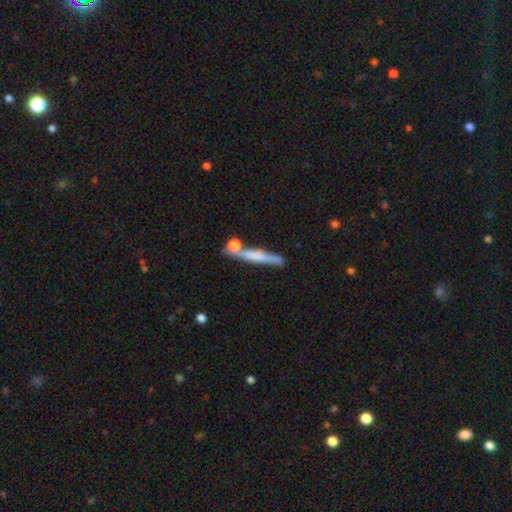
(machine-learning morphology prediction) type=smooth (53%); roundness=cigar-shaped (91%); merging=none (70%).